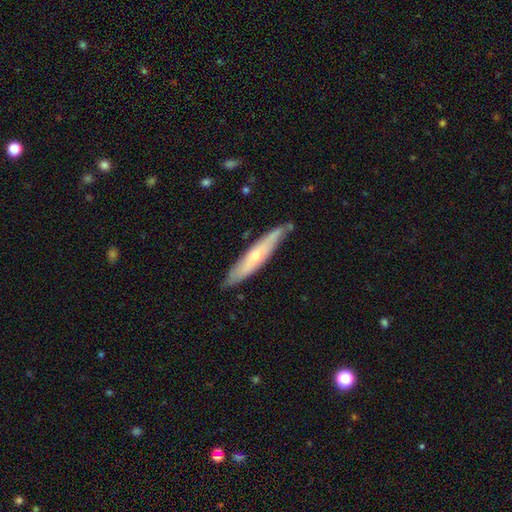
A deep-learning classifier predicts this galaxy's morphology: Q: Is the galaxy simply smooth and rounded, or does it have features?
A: featured or disk — 52%.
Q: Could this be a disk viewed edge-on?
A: yes — 76%.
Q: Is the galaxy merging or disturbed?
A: none — 80%.